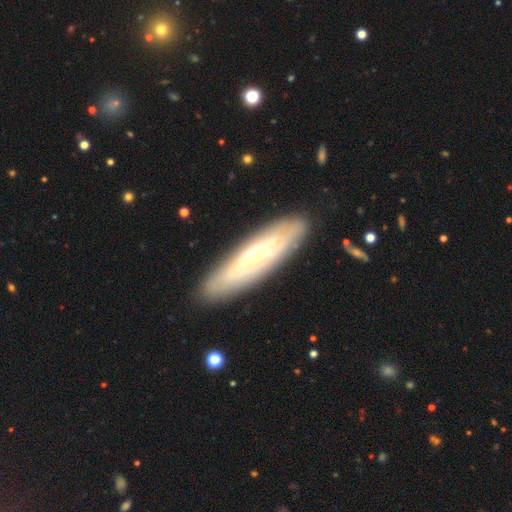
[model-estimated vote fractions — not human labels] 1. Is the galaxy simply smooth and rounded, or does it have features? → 64% featured or disk, 30% smooth, 6% star or artifact.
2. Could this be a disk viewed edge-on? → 59% no, 41% yes.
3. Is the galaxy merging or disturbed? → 86% none, 10% minor disturbance, 2% major disturbance, 2% merger.